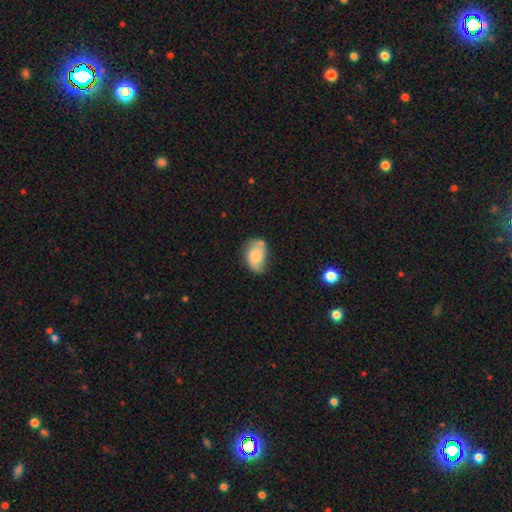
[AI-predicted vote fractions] A smooth galaxy with no disk features (47%).

Vote fractions:
- Smooth or featured? smooth: 47% / featured or disk: 45% / star or artifact: 8%
- Merging? none: 52% / minor disturbance: 30% / major disturbance: 11% / merger: 7%